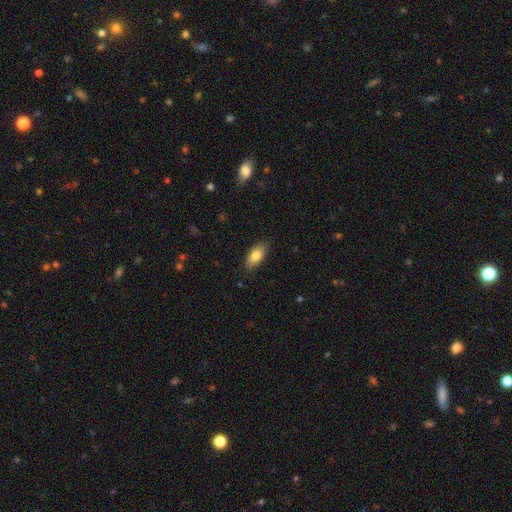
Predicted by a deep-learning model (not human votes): smooth_or_featured: smooth (p=0.80) [alt: featured or disk p=0.12]
how_rounded: in between (p=0.89) [alt: cigar-shaped p=0.06]
merging: none (p=0.83) [alt: minor disturbance p=0.13]